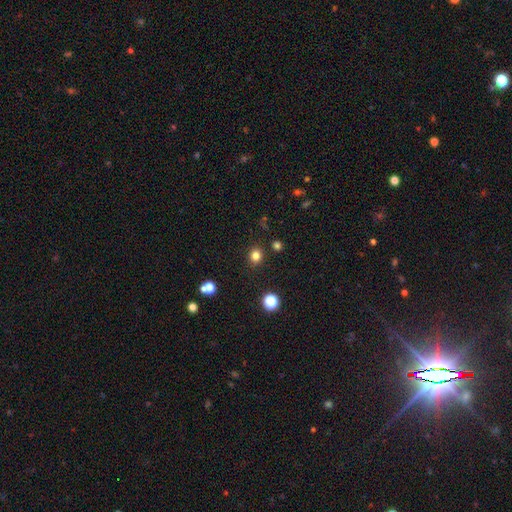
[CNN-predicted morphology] Smooth or featured? smooth (80%)
How rounded? round (82%)
Merging? none (88%)